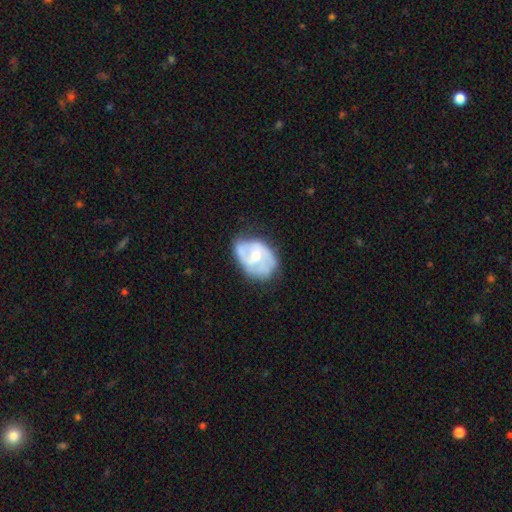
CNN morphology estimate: A featured or disk galaxy (68%) with no bar (63%), spiral arms (68%) and a moderate central bulge (63%). Merging: none (52%).